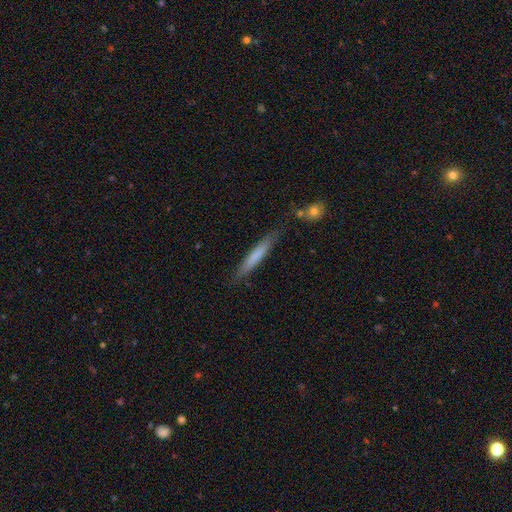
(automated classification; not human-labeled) Smooth or featured: smooth — 69% (featured or disk — 26%)
How rounded: cigar-shaped — 94% (in between — 5%)
Merging: none — 82% (minor disturbance — 13%)